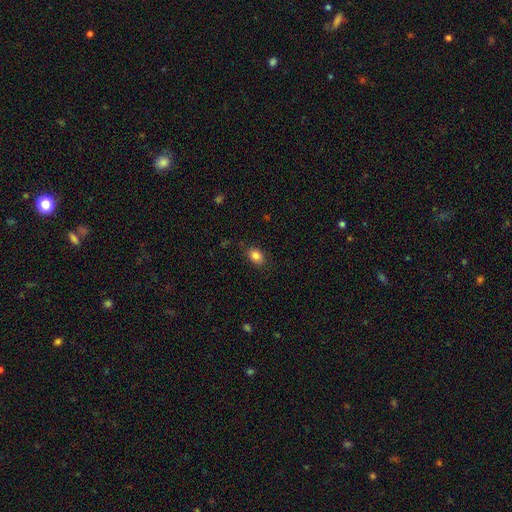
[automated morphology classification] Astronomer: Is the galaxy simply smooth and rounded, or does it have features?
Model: smooth — 85%.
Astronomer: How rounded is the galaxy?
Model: in between — 75%.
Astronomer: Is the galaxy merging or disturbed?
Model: none — 84%.